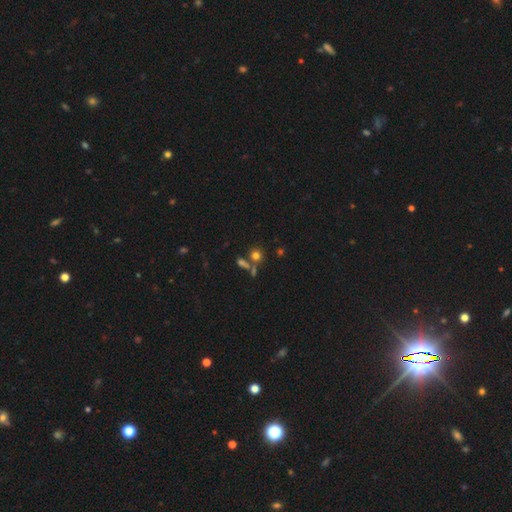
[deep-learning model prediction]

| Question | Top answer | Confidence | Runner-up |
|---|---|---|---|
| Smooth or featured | smooth | 71% | star or artifact (18%) |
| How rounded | round | 83% | in between (14%) |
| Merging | none | 63% | merger (23%) |